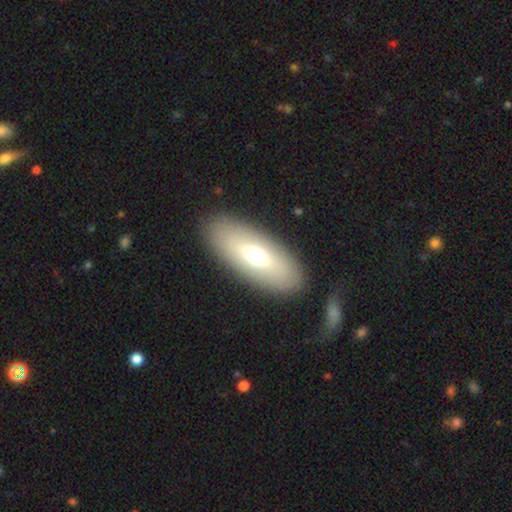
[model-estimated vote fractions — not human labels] Smooth or featured? Predicted: smooth (p=0.63). How rounded? Predicted: in between (p=0.80). Merging? Predicted: none (p=0.87).